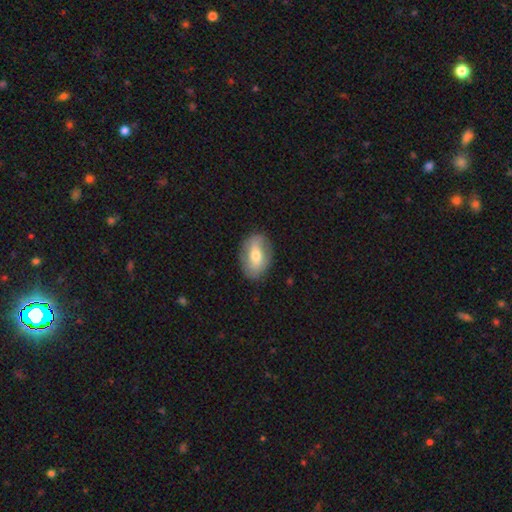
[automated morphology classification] Q: Smooth or featured?
A: smooth (47%); runner-up: featured or disk (46%)
Q: Merging?
A: none (82%); runner-up: minor disturbance (13%)